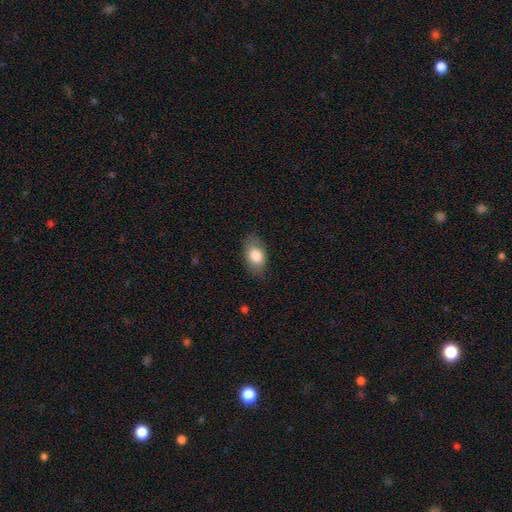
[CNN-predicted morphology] The model was most divided on "merging": none: 80%, minor disturbance: 15%, major disturbance: 4%, merger: 1%. More confident: how rounded — in between (91%); smooth or featured — smooth (79%).